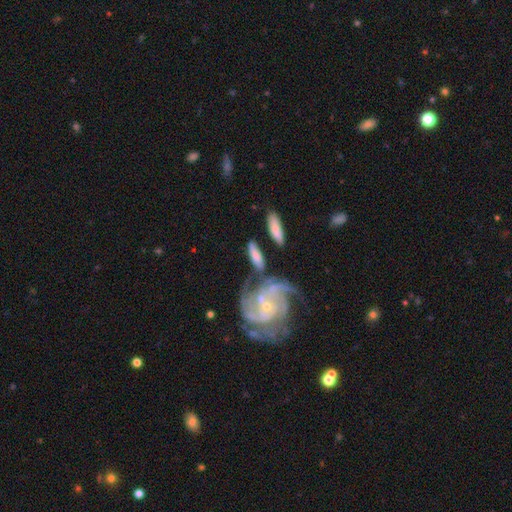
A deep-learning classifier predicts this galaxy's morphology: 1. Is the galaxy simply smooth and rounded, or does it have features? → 47% featured or disk, 46% smooth, 7% star or artifact.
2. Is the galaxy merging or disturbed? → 51% none, 21% merger, 18% minor disturbance, 10% major disturbance.